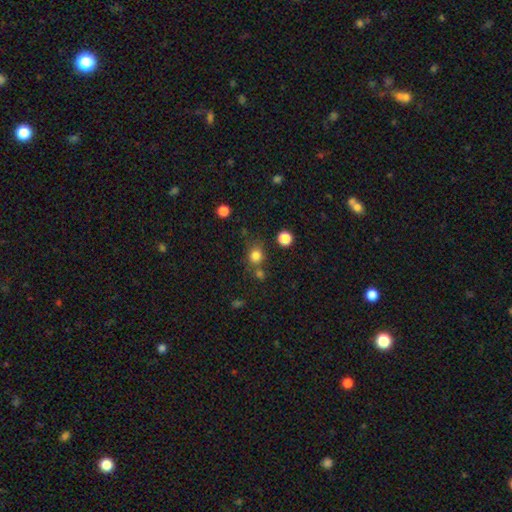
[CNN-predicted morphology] Q: Smooth or featured?
A: smooth (80%); runner-up: star or artifact (14%)
Q: How rounded?
A: round (79%); runner-up: in between (20%)
Q: Merging?
A: none (69%); runner-up: merger (14%)